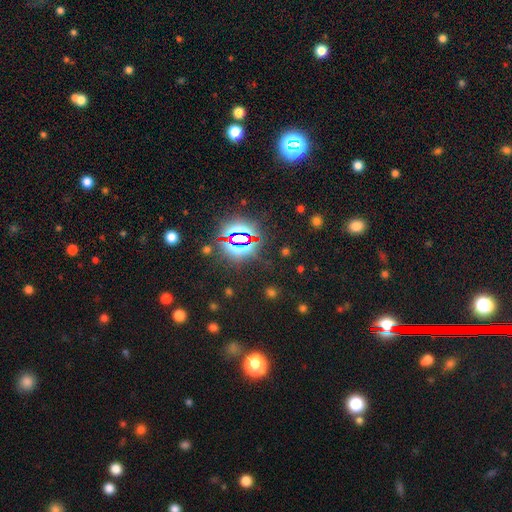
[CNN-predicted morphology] Smooth or featured: star or artifact — 80% (smooth — 13%)